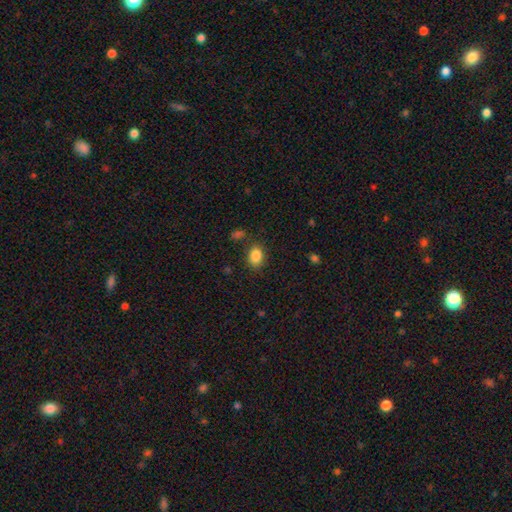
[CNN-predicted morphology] Q: Smooth or featured?
A: smooth (86%); runner-up: star or artifact (9%)
Q: How rounded?
A: in between (73%); runner-up: round (25%)
Q: Merging?
A: none (81%); runner-up: minor disturbance (12%)